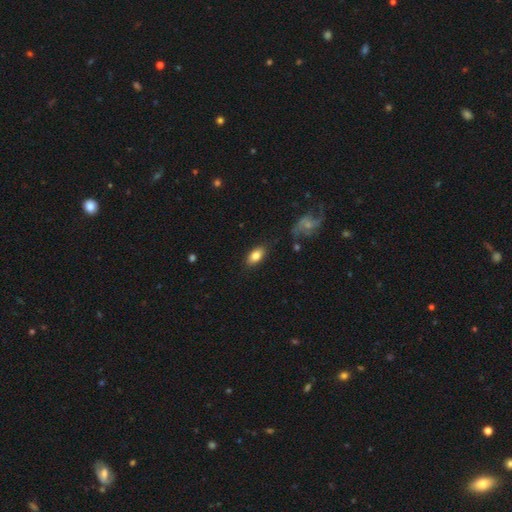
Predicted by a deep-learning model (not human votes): A smooth galaxy with no disk features (82%) that is in between round and cigar-shaped (90%). Merging: none (84%).